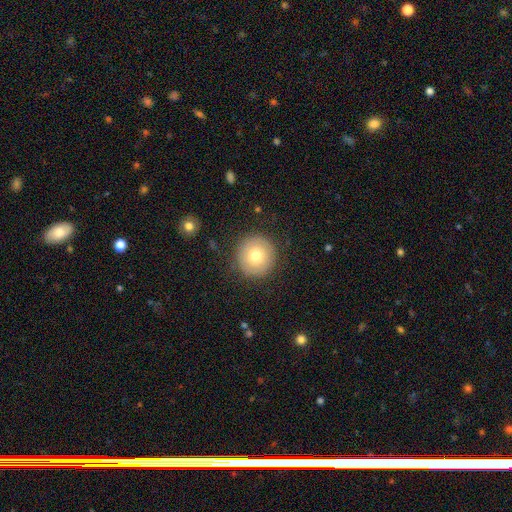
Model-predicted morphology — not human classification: Smooth or featured: smooth — 72% (featured or disk — 19%)
How rounded: round — 96% (in between — 3%)
Merging: none — 88% (minor disturbance — 8%)